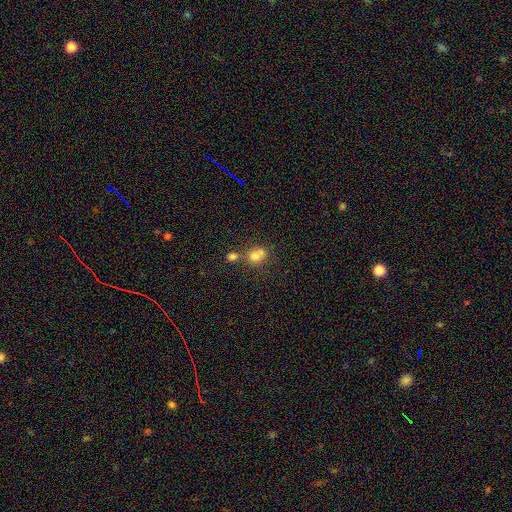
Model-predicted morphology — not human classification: This is likely a smooth galaxy (74%). How rounded: likely round (65%). Merging: possibly merger (47%).